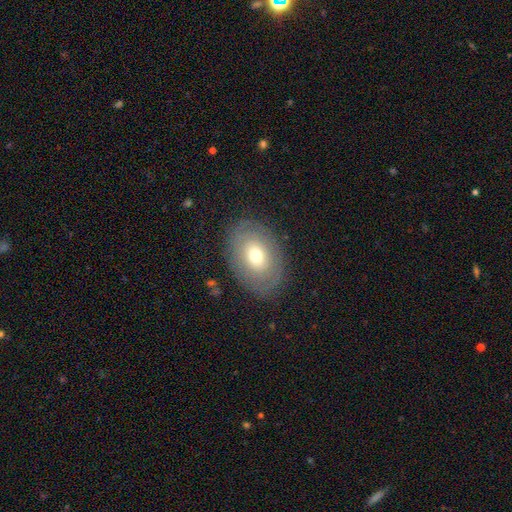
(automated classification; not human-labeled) Smooth or featured? smooth (55%)
How rounded? in between (77%)
Merging? none (83%)